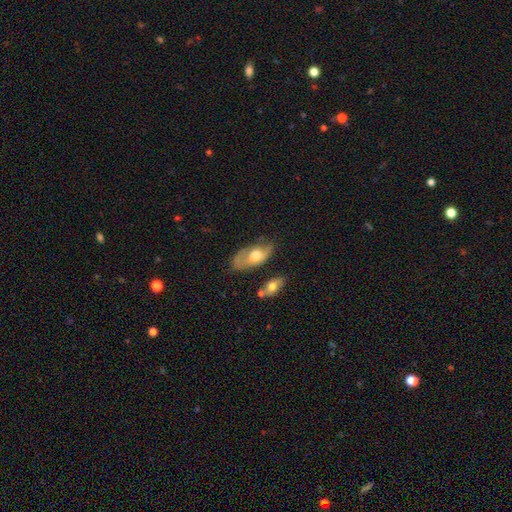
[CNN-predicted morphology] Smooth or featured?
  - smooth: 50% *
  - featured or disk: 44%
  - star or artifact: 6%
Merging?
  - none: 58% *
  - minor disturbance: 26%
  - major disturbance: 10%
  - merger: 6%